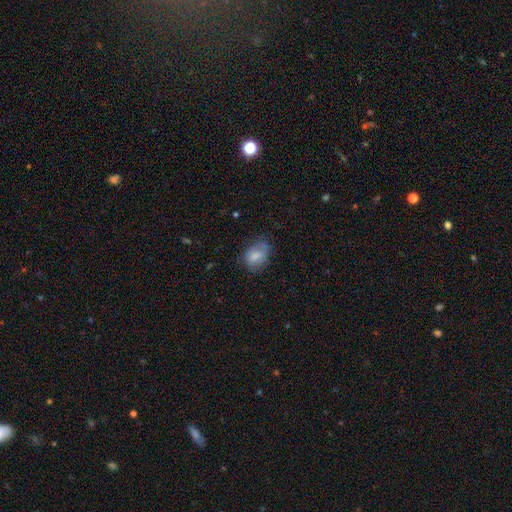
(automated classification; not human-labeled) This appears to be a smooth galaxy with no disk features (73%) that is in between round and cigar-shaped (71%). Merging: none (57%).